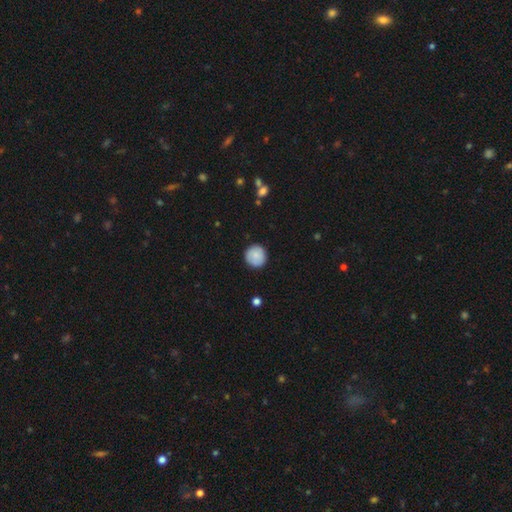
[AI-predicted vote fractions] Smooth or featured? smooth (87%)
How rounded? round (94%)
Merging? none (90%)